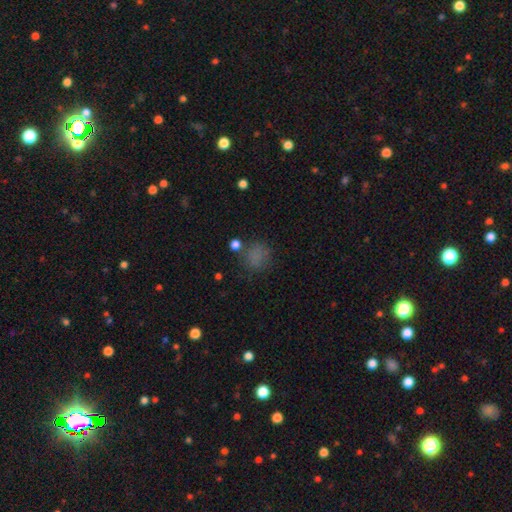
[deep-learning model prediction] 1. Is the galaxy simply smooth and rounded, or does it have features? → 74% smooth, 18% star or artifact, 8% featured or disk.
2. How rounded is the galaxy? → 82% round, 16% in between, 1% cigar-shaped.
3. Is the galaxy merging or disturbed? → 70% none, 16% minor disturbance, 8% major disturbance, 6% merger.